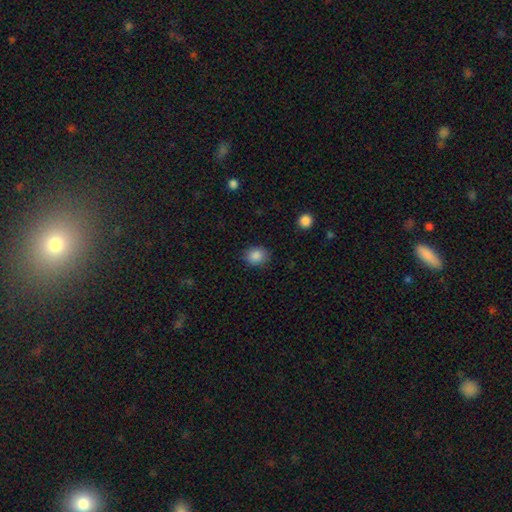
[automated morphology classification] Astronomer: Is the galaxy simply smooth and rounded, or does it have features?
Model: smooth — 87%.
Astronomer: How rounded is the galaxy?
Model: round — 63%.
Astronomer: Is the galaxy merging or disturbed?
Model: none — 86%.